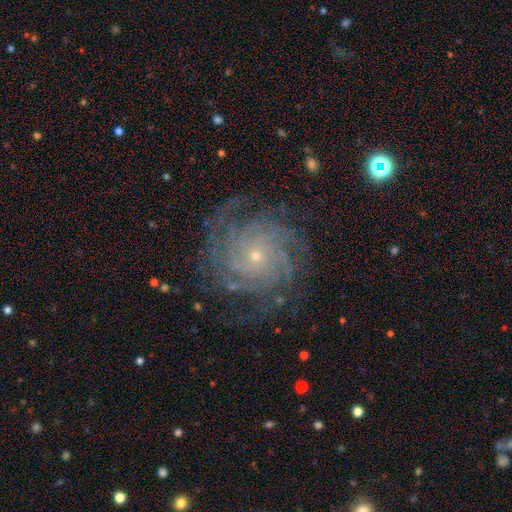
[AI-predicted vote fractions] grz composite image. It shows a featured or disk galaxy (86%) with no bar (79%), more than 4 (26%) tight (77%) spiral arms (98%) and a small central bulge (82%). Merging: none (80%).